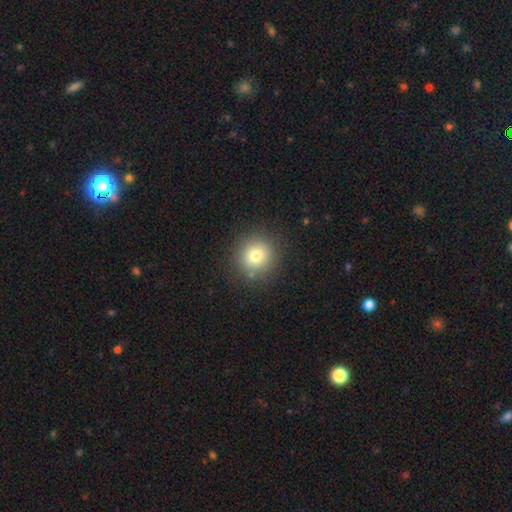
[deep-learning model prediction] Smooth or featured? smooth (77%)
How rounded? round (93%)
Merging? none (87%)